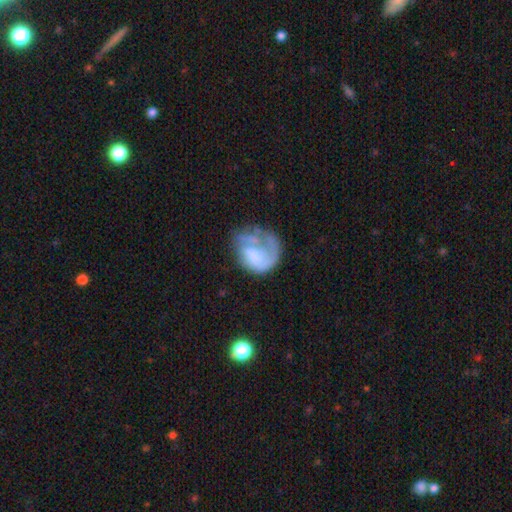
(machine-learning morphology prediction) Smooth or featured: featured or disk — 58% (smooth — 35%)
Edge-on disk: no — 98% (yes — 2%)
Bar: no — 69% (weak — 24%)
Spiral arms: yes — 63% (no — 37%)
Bulge size: none — 41% (moderate — 24%)
Merging: none — 38% (major disturbance — 35%)